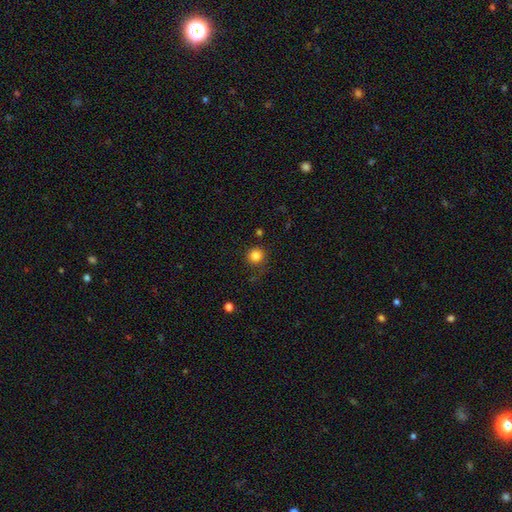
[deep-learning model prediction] smooth 83%, star or artifact 12%, featured or disk 5%. Down the decision tree: how rounded — round (92%); merging — none (80%).